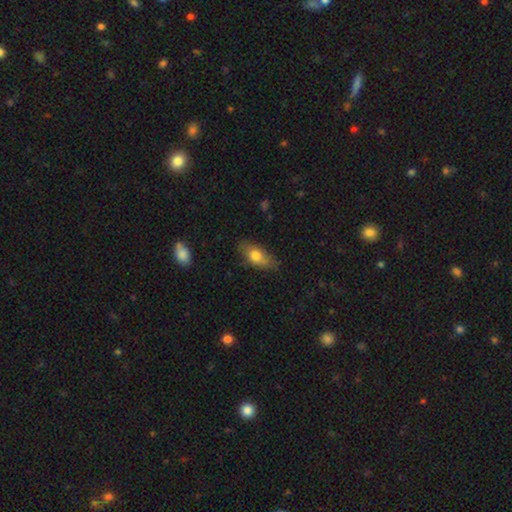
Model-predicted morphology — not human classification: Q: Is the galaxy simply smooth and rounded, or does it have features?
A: smooth — 71%.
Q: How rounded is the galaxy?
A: in between — 84%.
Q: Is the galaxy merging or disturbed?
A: none — 71%.